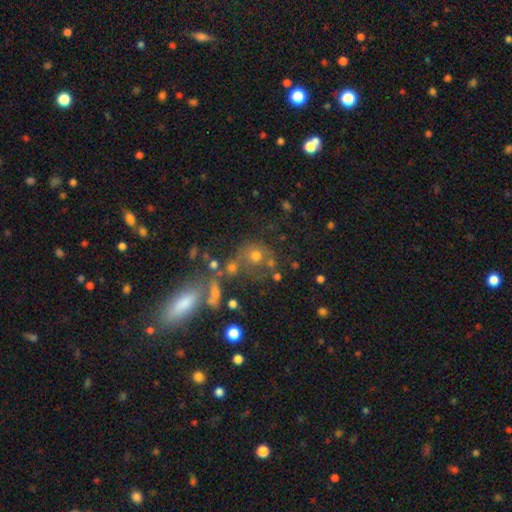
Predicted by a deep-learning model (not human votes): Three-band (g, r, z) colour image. It shows a smooth galaxy with no disk features (61%) that is round (79%). Merging: none (45%).